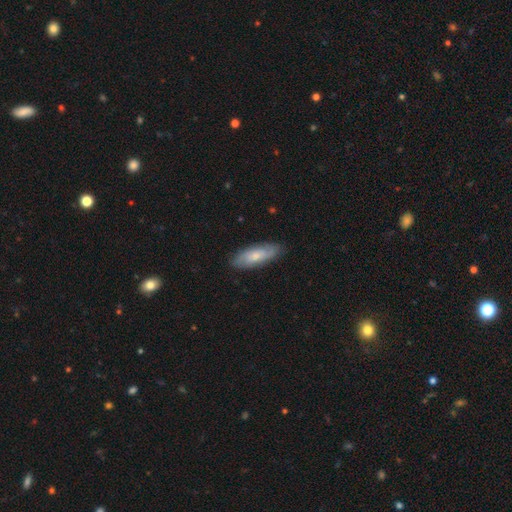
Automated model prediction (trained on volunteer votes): The model was most divided on "smooth or featured": smooth: 52%, featured or disk: 42%, star or artifact: 6%. More confident: merging — none (83%); how rounded — in between (63%).